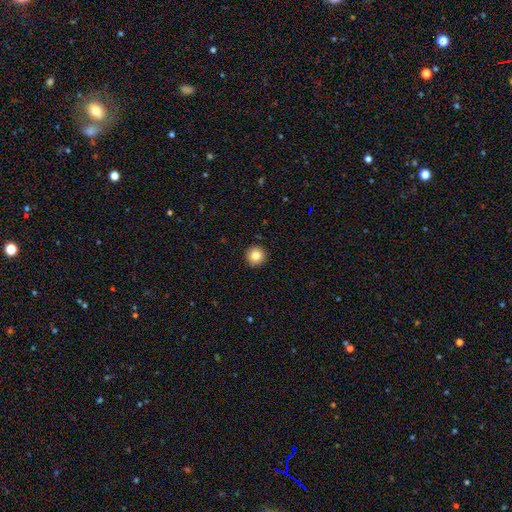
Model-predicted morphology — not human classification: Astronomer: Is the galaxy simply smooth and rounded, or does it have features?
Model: smooth — 84%.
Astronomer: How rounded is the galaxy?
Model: round — 96%.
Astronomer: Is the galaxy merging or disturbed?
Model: none — 93%.